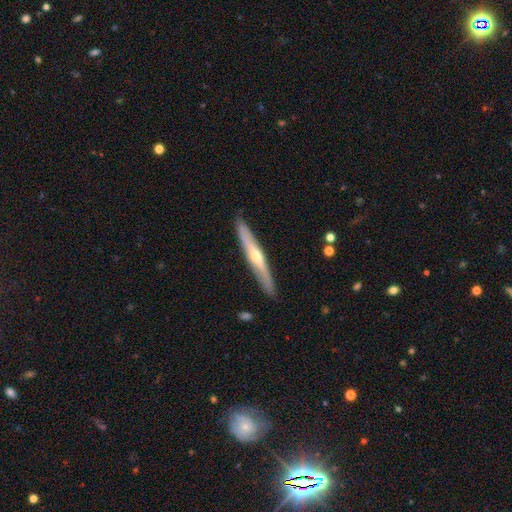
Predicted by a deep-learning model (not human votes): Smooth or featured? Predicted: featured or disk (p=0.66). Edge-on disk? Predicted: yes (p=0.93). Edge-on bulge? Predicted: rounded (p=0.82). Merging? Predicted: none (p=0.89).